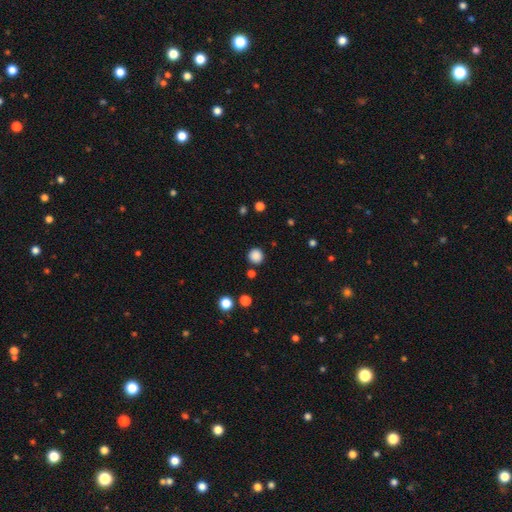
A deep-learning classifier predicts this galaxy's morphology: Smooth or featured? Predicted: smooth (p=0.86). How rounded? Predicted: round (p=0.94). Merging? Predicted: none (p=0.89).